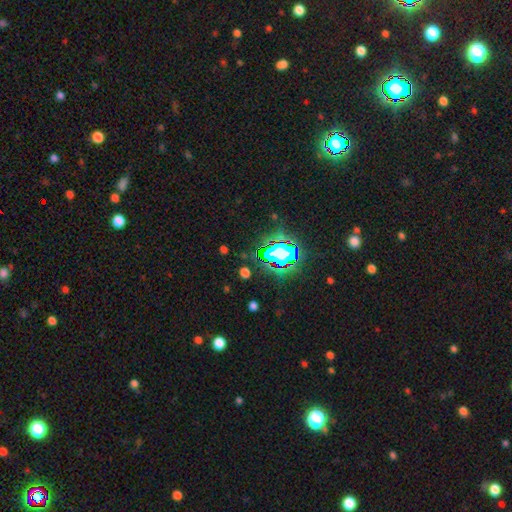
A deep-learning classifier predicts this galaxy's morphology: A star or artifact, not a galaxy (70%).